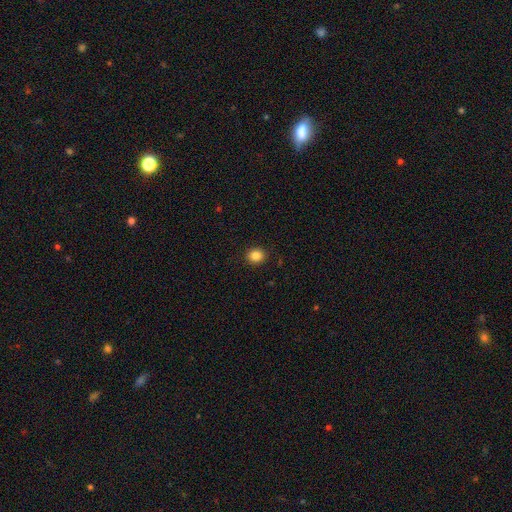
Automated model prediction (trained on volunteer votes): Morphology: type=smooth (84%); roundness=round (83%); merging=none (91%).